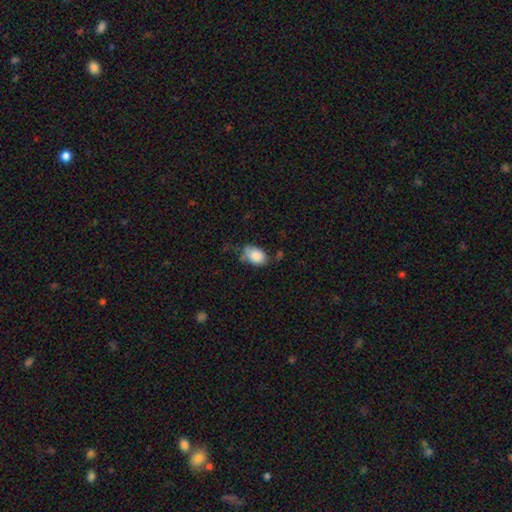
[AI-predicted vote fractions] Overall: smooth (85%). How rounded: in between (85%). Merging: none (47%; minor disturbance 34%).